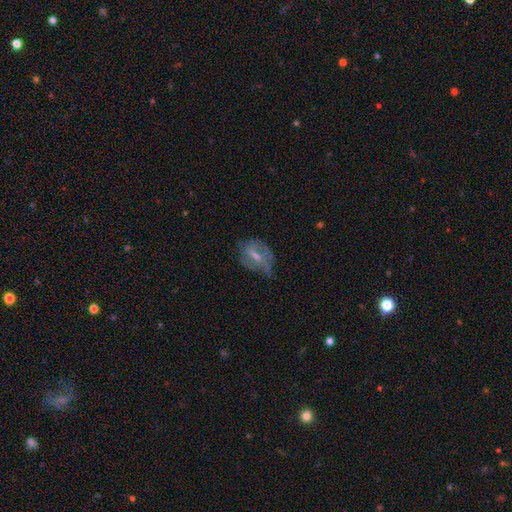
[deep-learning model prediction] The model was most divided on "bulge size": small: 44%, moderate: 43%, none: 9%, large: 3%, dominant: 1%. Remaining: edge-on disk — no (94%); spiral arms — yes (63%); smooth or featured — featured or disk (60%); merging — none (56%); bar — weak (48%).